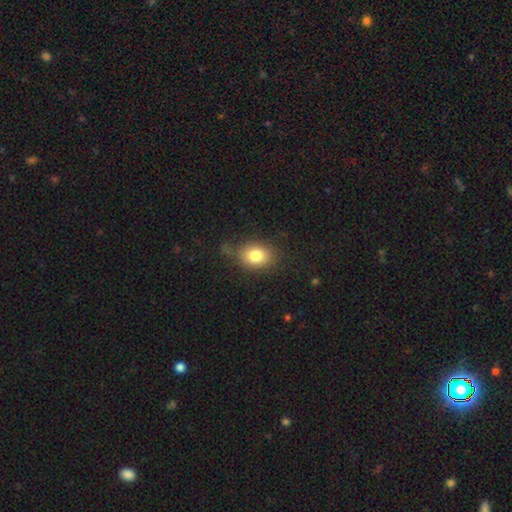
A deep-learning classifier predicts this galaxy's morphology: Smooth or featured? Predicted: smooth (p=0.82). How rounded? Predicted: in between (p=0.70). Merging? Predicted: none (p=0.75).